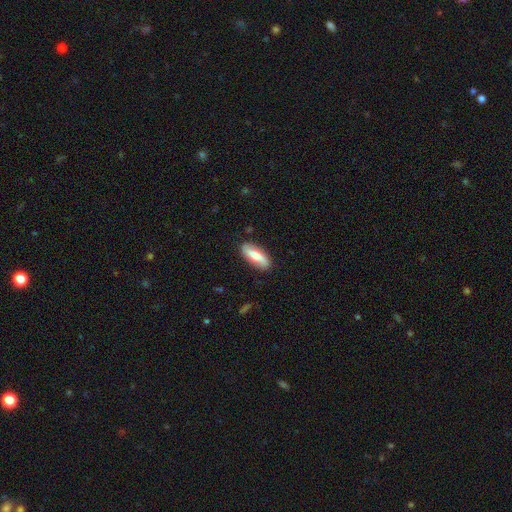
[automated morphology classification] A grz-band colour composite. It shows a smooth galaxy with no disk features (68%) that is in between round and cigar-shaped (68%). Merging: none (84%).